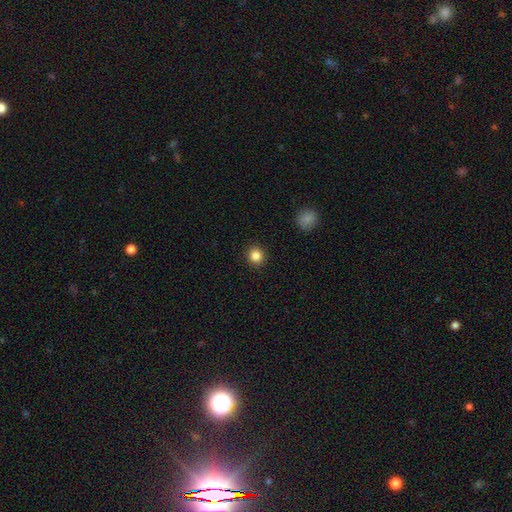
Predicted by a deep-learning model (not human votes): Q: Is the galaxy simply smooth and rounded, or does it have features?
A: smooth — 85%.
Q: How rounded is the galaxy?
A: round — 90%.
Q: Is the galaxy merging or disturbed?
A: none — 92%.